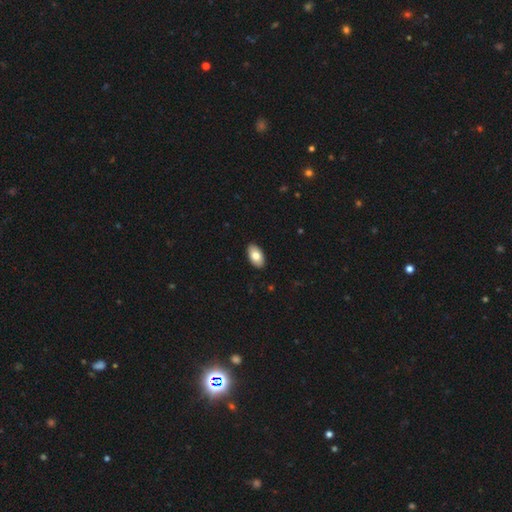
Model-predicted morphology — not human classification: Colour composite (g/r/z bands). It shows a smooth galaxy with no disk features (79%) that is in between round and cigar-shaped (95%). Merging: none (91%).